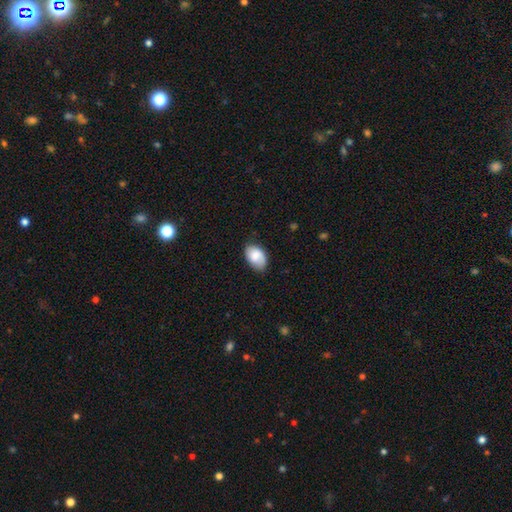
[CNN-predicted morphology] smooth_or_featured: smooth (p=0.81) [alt: featured or disk p=0.13]
how_rounded: in between (p=0.90) [alt: round p=0.09]
merging: none (p=0.70) [alt: minor disturbance p=0.24]